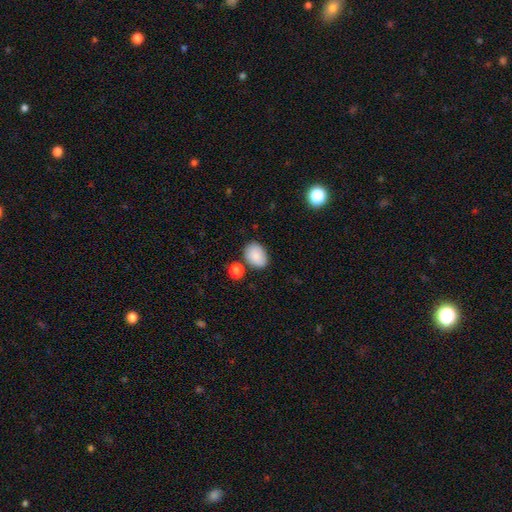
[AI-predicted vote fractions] This is clearly a smooth galaxy (87%). How rounded: likely in between (78%). Merging: likely none (77%).